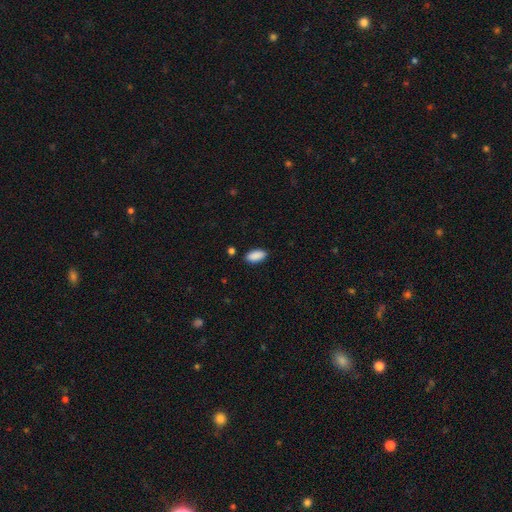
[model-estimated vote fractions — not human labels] Overall: smooth (90%). How rounded: in between (93%). Merging: none (87%).